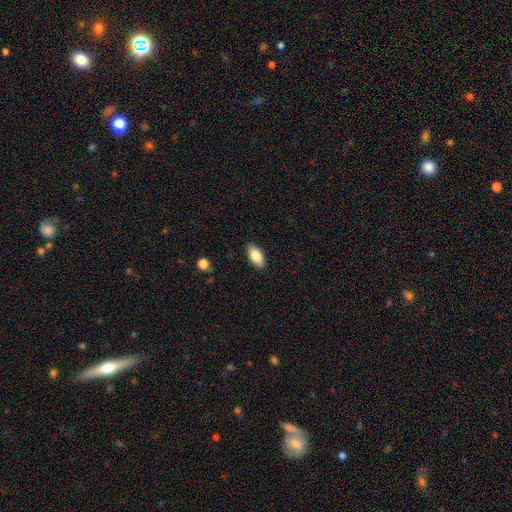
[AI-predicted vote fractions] This is clearly a smooth galaxy (82%). How rounded: clearly in between (90%). Merging: clearly none (88%).